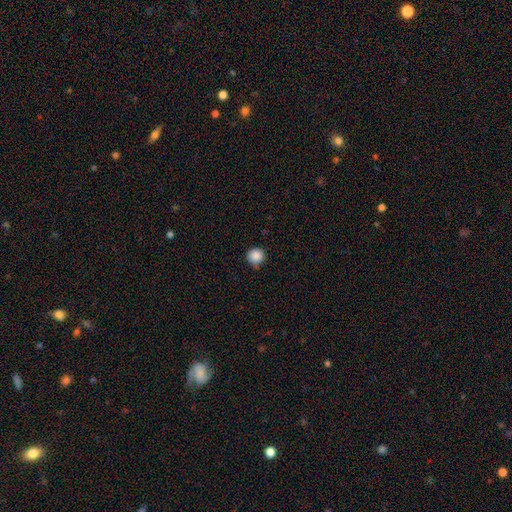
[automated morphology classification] Overall: smooth (87%). How rounded: round (94%). Merging: none (81%).